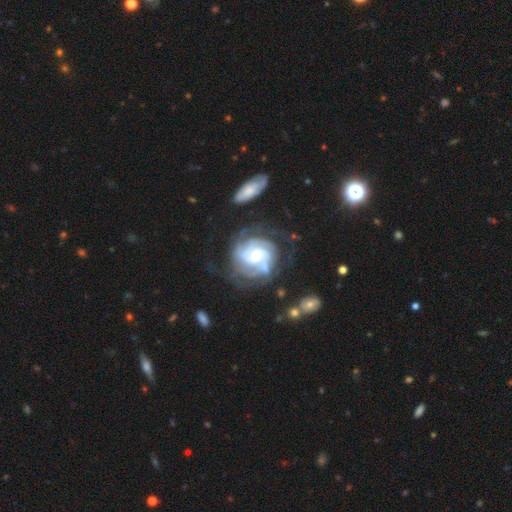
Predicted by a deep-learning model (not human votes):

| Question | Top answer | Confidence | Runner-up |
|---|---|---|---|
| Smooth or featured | featured or disk | 87% | smooth (8%) |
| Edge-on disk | no | 98% | yes (2%) |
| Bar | no | 57% | weak (34%) |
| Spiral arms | yes | 96% | no (4%) |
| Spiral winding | tight | 64% | medium (30%) |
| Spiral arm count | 2 | 30% | can't tell (25%) |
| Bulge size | moderate | 45% | tied: small (45%) |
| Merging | none | 60% | minor disturbance (19%) |